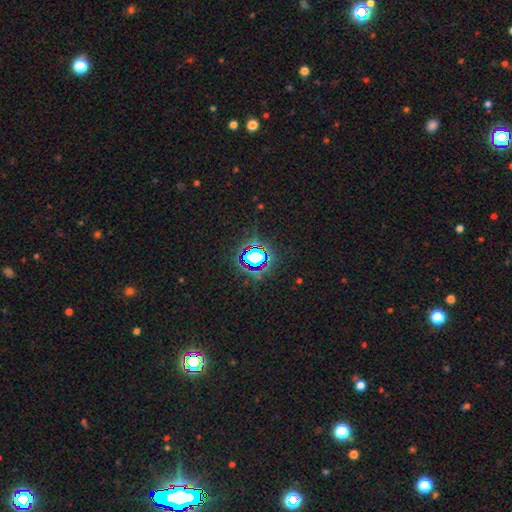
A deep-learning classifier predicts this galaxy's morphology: This appears to be a star or artifact, not a galaxy (71%).